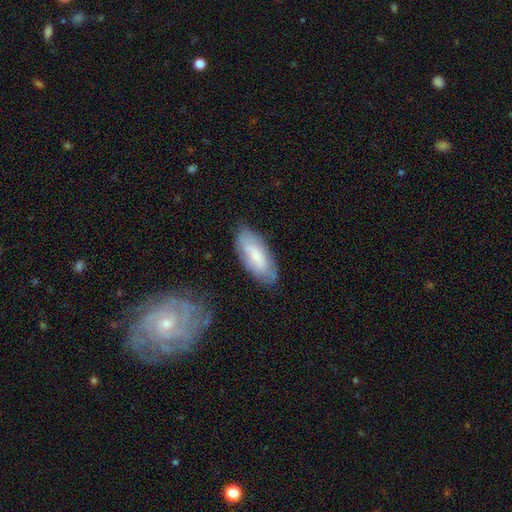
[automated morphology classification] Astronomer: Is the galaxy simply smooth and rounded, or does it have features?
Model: smooth — 63%.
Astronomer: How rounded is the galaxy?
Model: in between — 76%.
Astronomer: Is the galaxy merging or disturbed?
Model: none — 78%.